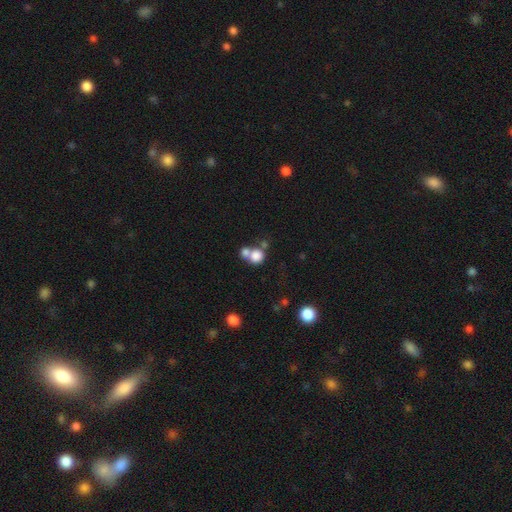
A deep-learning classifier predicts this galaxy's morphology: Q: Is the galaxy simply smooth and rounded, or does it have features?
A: smooth — 79%.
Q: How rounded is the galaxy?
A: round — 82%.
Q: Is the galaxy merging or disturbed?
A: merger — 52%.